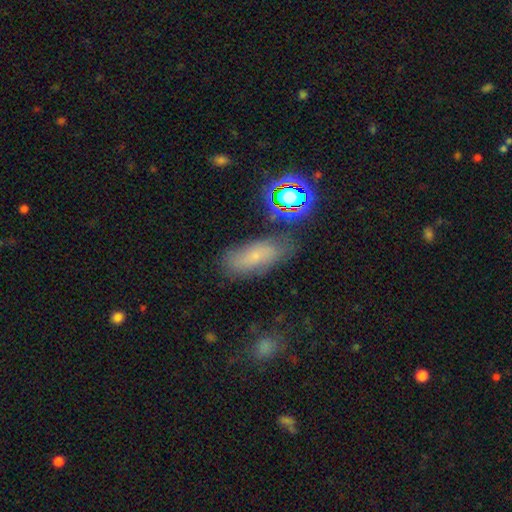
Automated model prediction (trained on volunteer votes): Smooth or featured: smooth — 58% (featured or disk — 23%)
How rounded: in between — 79% (cigar-shaped — 13%)
Merging: none — 66% (minor disturbance — 21%)